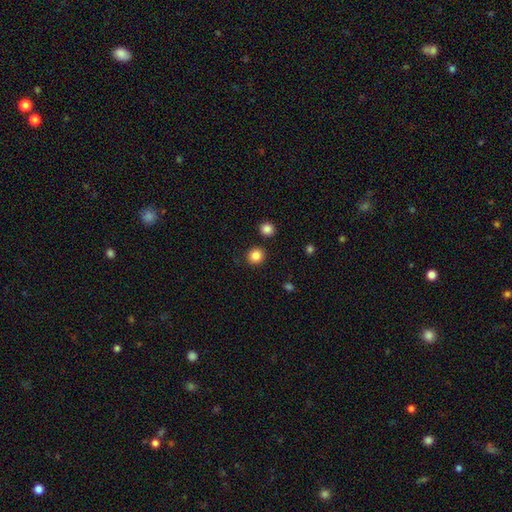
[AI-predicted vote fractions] Smooth or featured? smooth (85%)
How rounded? round (90%)
Merging? none (89%)